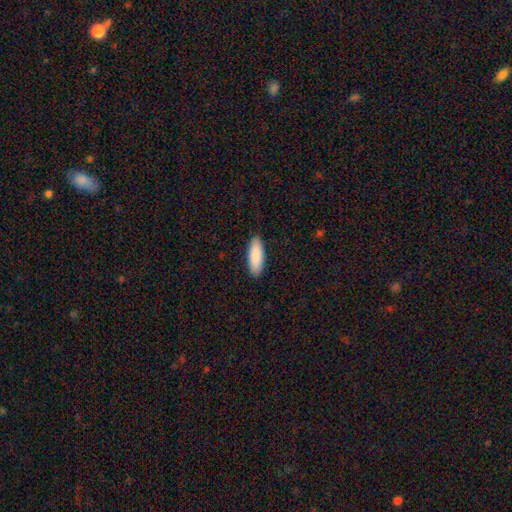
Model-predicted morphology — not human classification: The model was most divided on "how rounded": in between: 67%, cigar-shaped: 31%, round: 1%. More confident: merging — none (90%); smooth or featured — smooth (90%).